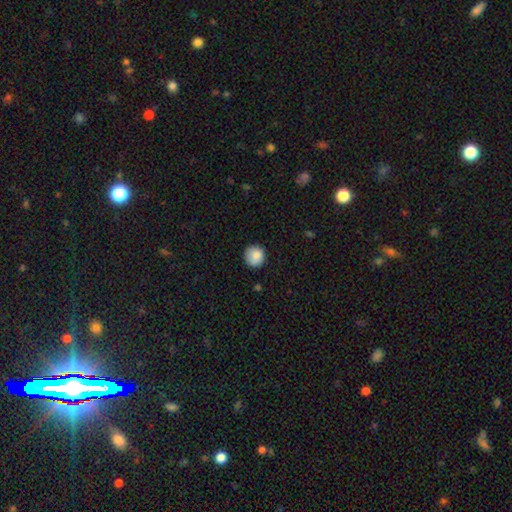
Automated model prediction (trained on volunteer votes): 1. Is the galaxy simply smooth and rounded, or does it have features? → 86% smooth, 8% star or artifact, 6% featured or disk.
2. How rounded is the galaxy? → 90% round, 9% in between, 1% cigar-shaped.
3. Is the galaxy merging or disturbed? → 80% none, 16% minor disturbance, 3% major disturbance, 1% merger.